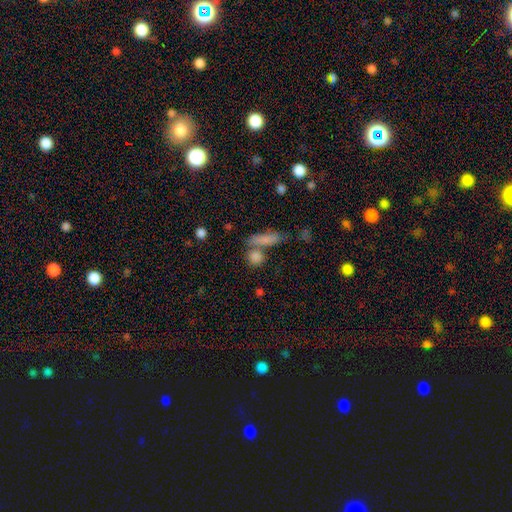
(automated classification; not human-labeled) smooth-or-featured: smooth: 76% | star or artifact: 13% | featured or disk: 10%
  how-rounded: round: 38% | in between: 33% | cigar-shaped: 29%
  merging: none: 62% | merger: 24% | minor disturbance: 10% | major disturbance: 4%